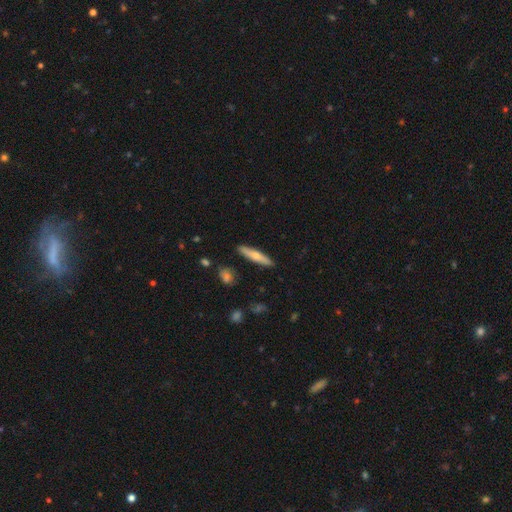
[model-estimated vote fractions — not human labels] A smooth galaxy with no disk features (61%) that is cigar-shaped (86%).

Vote fractions:
- Smooth or featured? smooth: 61% / featured or disk: 33% / star or artifact: 6%
- How rounded? cigar-shaped: 86% / in between: 12% / round: 2%
- Merging? none: 89% / minor disturbance: 8% / merger: 2% / major disturbance: 2%